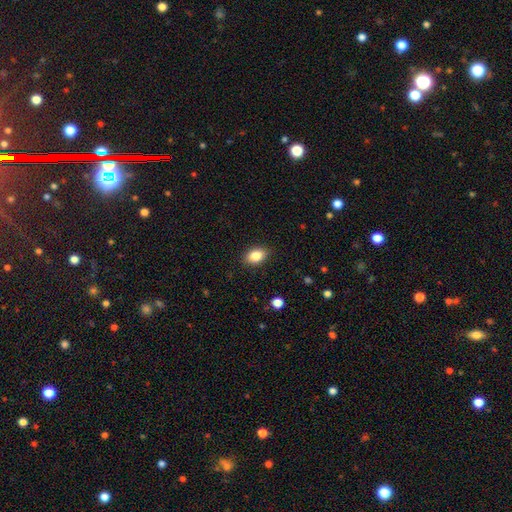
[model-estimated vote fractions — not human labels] Overall: smooth (85%). How rounded: in between (83%). Merging: none (88%).